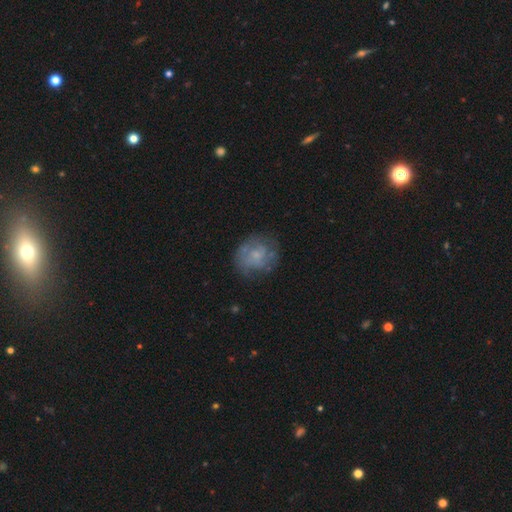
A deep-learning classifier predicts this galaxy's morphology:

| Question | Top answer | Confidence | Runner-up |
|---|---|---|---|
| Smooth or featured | featured or disk | 46% | smooth (45%) |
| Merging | none | 67% | minor disturbance (20%) |